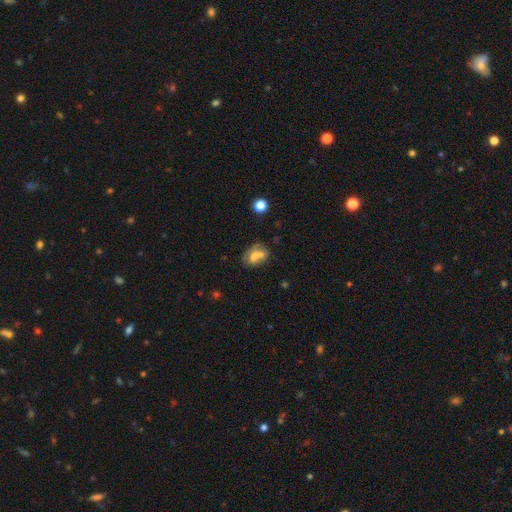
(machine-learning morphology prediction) type=smooth (59%); roundness=in between (69%); merging=merger (44%).